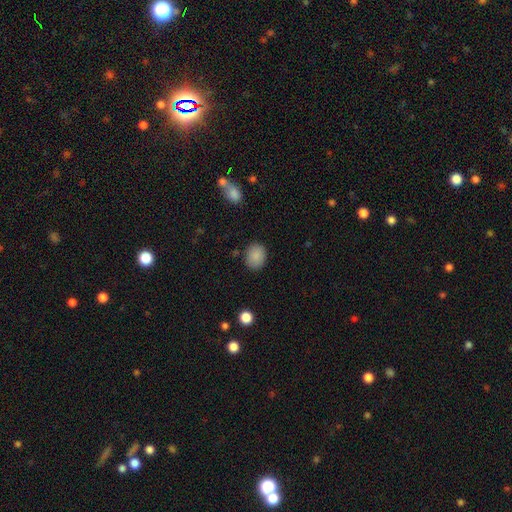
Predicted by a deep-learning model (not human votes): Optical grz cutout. It shows a smooth galaxy with no disk features (87%) that is in between round and cigar-shaped (52%). Merging: none (84%).